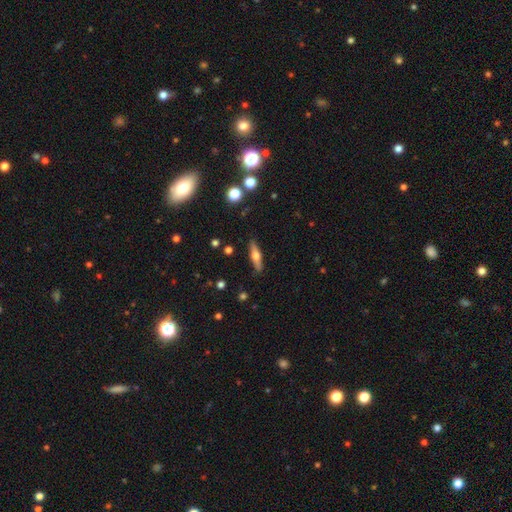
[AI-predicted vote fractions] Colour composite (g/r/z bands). It shows a featured or disk galaxy (50%) viewed edge-on (93%). Merging: none (88%).